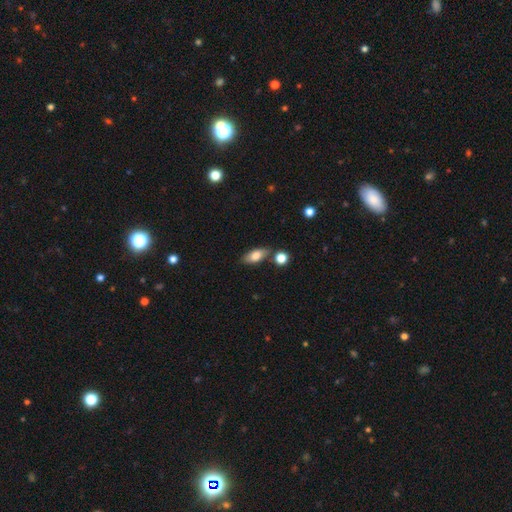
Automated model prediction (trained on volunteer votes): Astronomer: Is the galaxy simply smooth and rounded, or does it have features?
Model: smooth — 75%.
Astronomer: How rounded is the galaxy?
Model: in between — 81%.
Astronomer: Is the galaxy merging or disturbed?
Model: none — 72%.